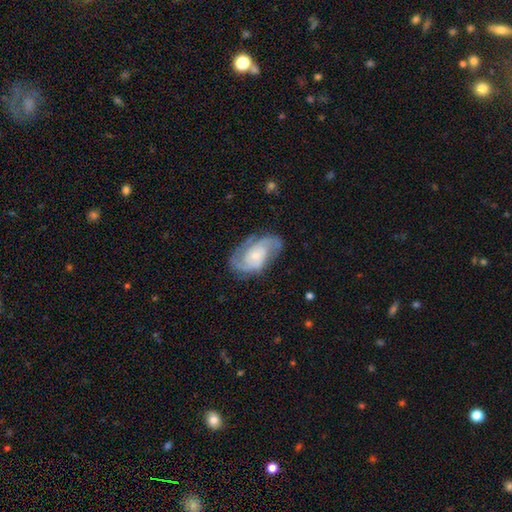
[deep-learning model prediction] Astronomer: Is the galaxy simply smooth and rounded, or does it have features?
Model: featured or disk — 84%.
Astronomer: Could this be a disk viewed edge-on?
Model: no — 97%.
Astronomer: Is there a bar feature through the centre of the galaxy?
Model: no — 63%.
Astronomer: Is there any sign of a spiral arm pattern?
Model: yes — 96%.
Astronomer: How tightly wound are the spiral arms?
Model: medium — 47% (runner-up: tight, 39%).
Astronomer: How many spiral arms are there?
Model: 2 — 70%.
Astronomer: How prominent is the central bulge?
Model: small — 58%.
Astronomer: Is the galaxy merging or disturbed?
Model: none — 71%.